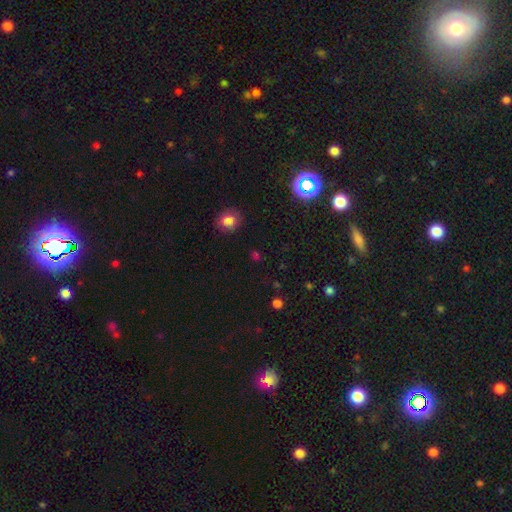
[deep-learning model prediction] Smooth or featured?
  - smooth: 52% *
  - star or artifact: 40%
  - featured or disk: 8%
How rounded?
  - round: 72% *
  - in between: 25%
  - cigar-shaped: 2%
Merging?
  - none: 79% *
  - minor disturbance: 11%
  - major disturbance: 5%
  - merger: 5%